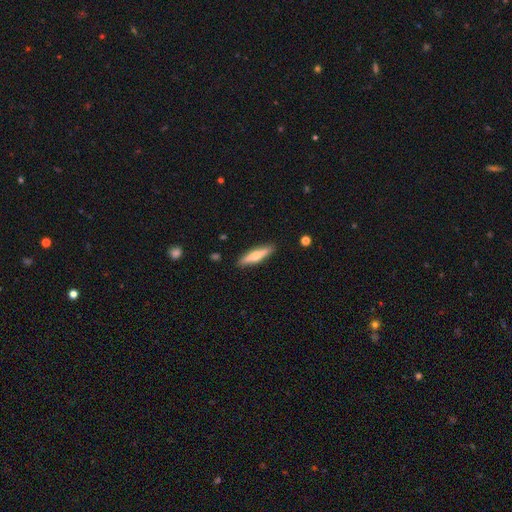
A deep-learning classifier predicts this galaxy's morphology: type=smooth (53%); roundness=cigar-shaped (77%); merging=none (88%).